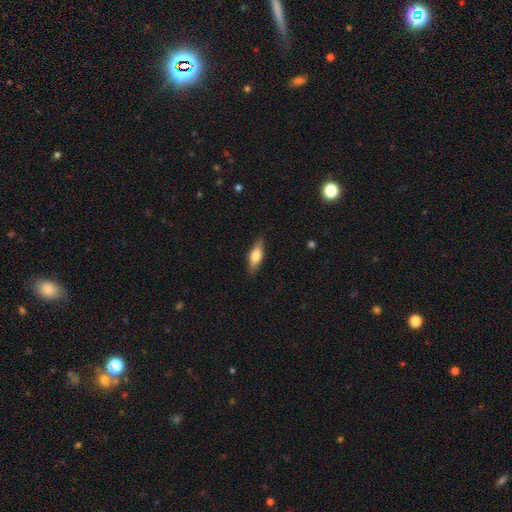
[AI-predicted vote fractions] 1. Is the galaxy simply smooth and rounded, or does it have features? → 64% smooth, 30% featured or disk, 6% star or artifact.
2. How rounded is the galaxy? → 59% in between, 38% cigar-shaped, 3% round.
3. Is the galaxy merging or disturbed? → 87% none, 10% minor disturbance, 2% major disturbance, 1% merger.